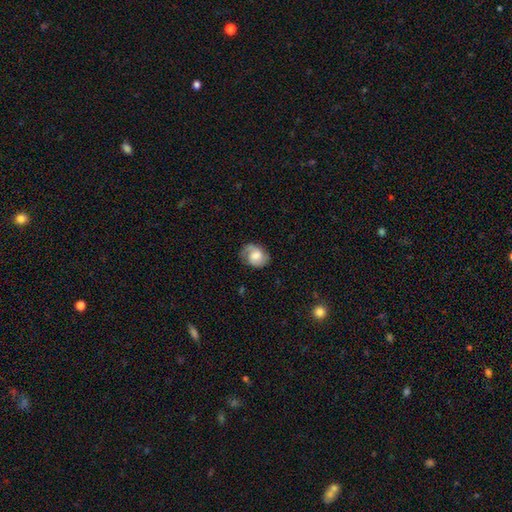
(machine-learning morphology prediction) Overall: featured or disk (59%; smooth 34%). Edge-on disk: no (97%). Bar: no (53%; weak 40%). Spiral arms: yes (90%). Spiral arm count: 2 (79%). Spiral winding: medium (45%; tight 30%). Bulge size: moderate (51%; large 23%). Merging: none (73%).